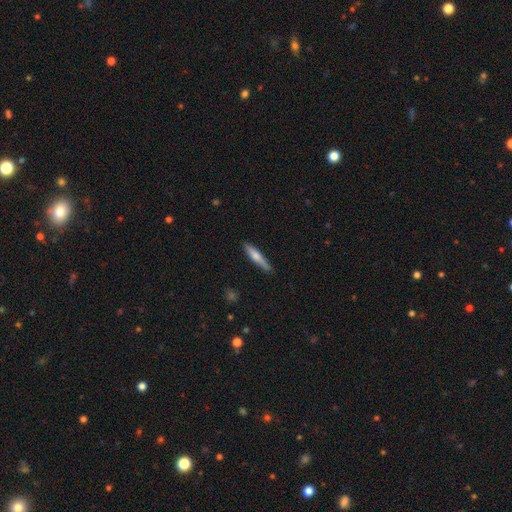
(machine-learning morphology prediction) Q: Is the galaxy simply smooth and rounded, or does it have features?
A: smooth — 50%.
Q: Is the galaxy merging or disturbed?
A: none — 87%.